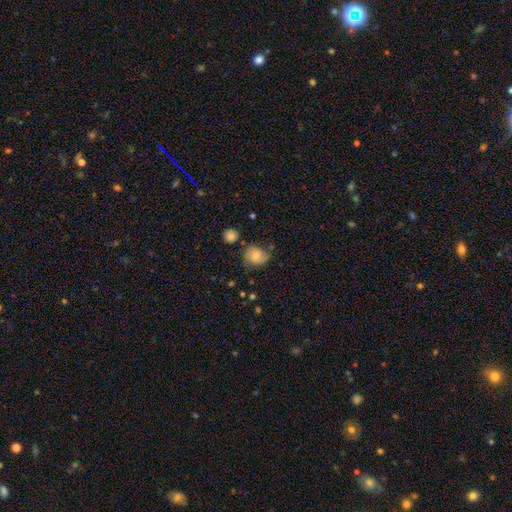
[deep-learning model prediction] Smooth or featured? smooth (66%)
How rounded? round (68%)
Merging? none (63%)